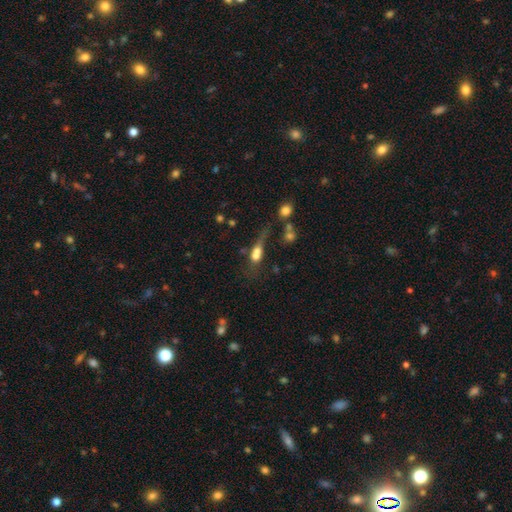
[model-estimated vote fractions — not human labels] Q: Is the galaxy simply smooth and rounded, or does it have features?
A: smooth — 64%.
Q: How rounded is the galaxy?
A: in between — 56%.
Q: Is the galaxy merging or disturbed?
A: merger — 44%.